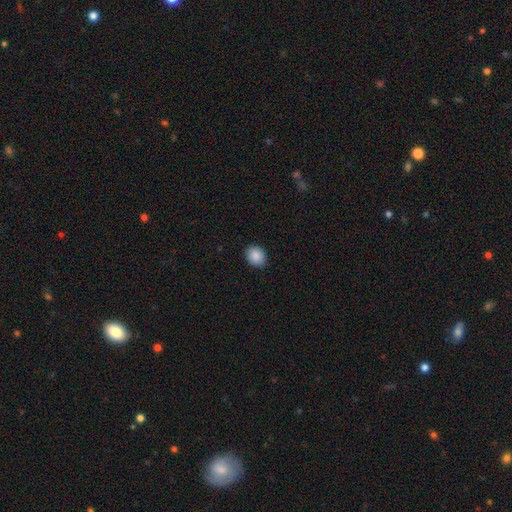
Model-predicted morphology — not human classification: type=smooth (89%); roundness=round (56%); merging=none (89%).